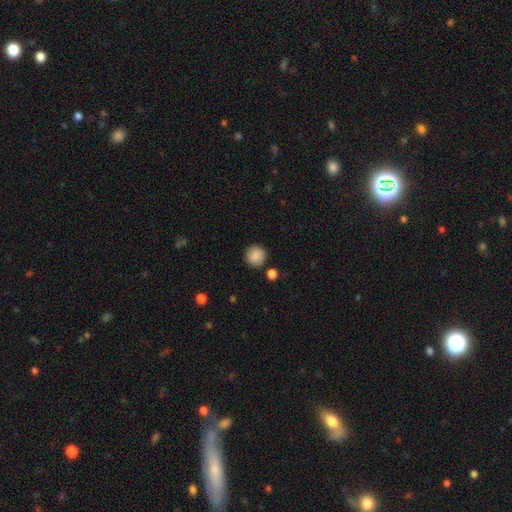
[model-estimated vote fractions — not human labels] Smooth or featured? smooth (88%)
How rounded? round (92%)
Merging? none (86%)